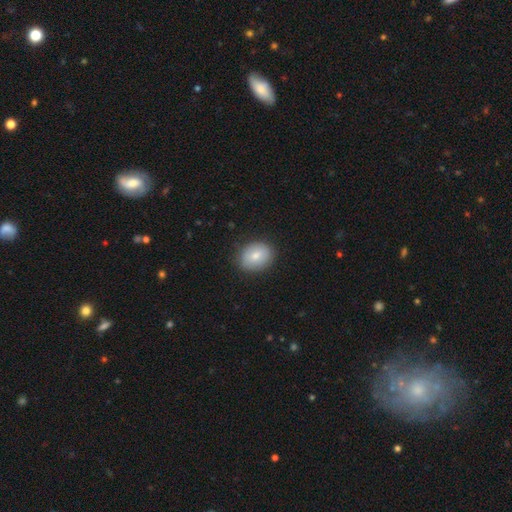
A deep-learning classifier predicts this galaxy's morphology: A smooth galaxy with no disk features (77%) that is in between round and cigar-shaped (54%).

Vote fractions:
- Smooth or featured? smooth: 77% / featured or disk: 15% / star or artifact: 8%
- How rounded? in between: 54% / round: 45% / cigar-shaped: 1%
- Merging? none: 85% / minor disturbance: 11% / major disturbance: 3% / merger: 1%